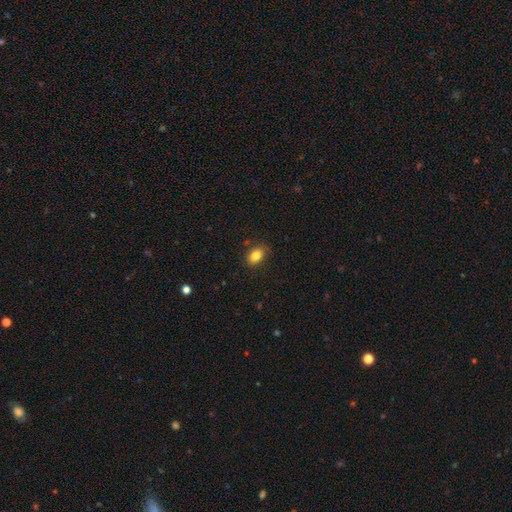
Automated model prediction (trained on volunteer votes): smooth_or_featured: smooth (p=0.84) [alt: star or artifact p=0.09]
how_rounded: in between (p=0.79) [alt: round p=0.20]
merging: none (p=0.84) [alt: minor disturbance p=0.12]